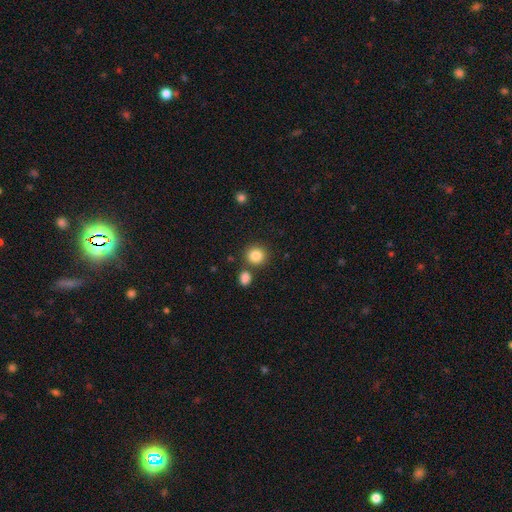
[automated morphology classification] This is clearly a smooth galaxy (85%). How rounded: clearly round (88%). Merging: likely none (77%).